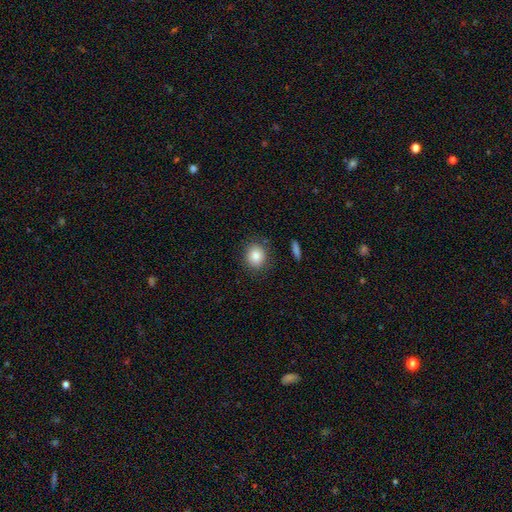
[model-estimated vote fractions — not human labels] A smooth galaxy with no disk features (84%) that is round (71%). Merging: none (85%).